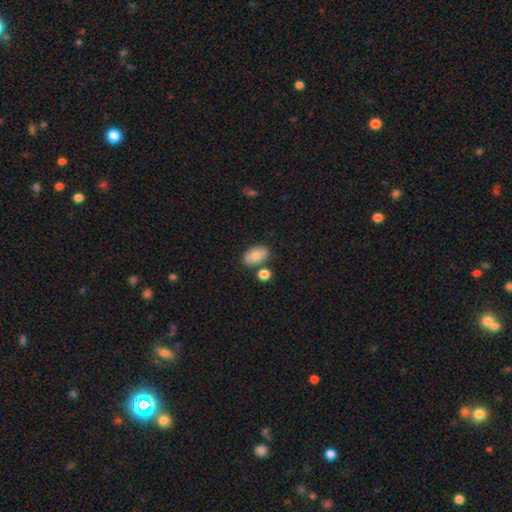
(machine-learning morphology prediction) smooth-or-featured: smooth: 79% | featured or disk: 13% | star or artifact: 8%
  how-rounded: in between: 89% | round: 9% | cigar-shaped: 1%
  merging: none: 72% | minor disturbance: 13% | merger: 13% | major disturbance: 3%